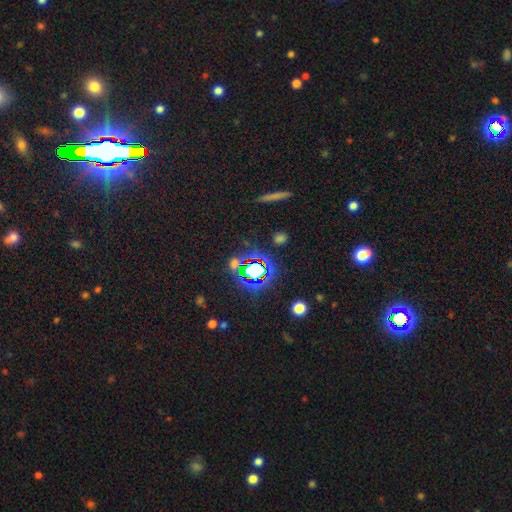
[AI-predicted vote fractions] Smooth or featured? star or artifact (76%)